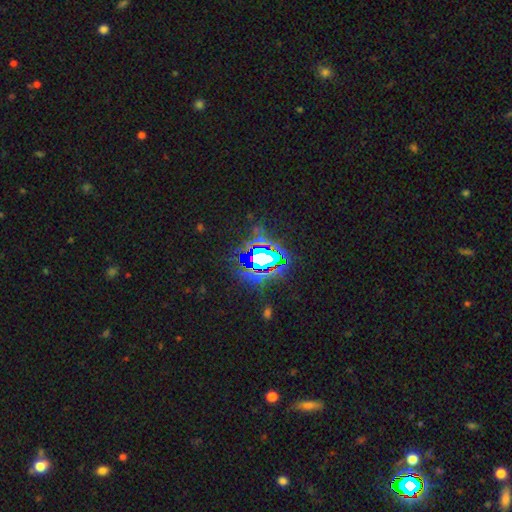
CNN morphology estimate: Q: Smooth or featured?
A: star or artifact (74%); runner-up: smooth (13%)